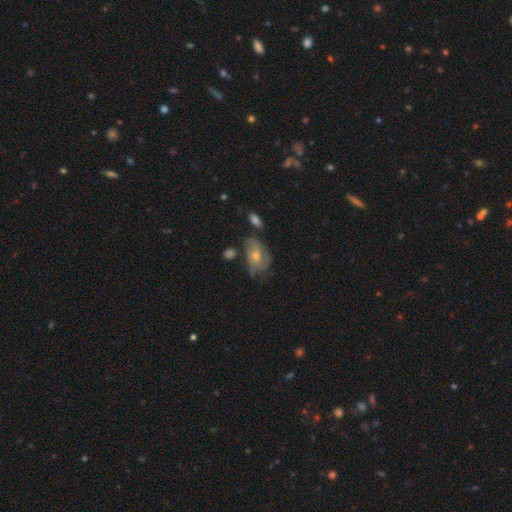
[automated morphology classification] smooth-or-featured: featured or disk: 49% | smooth: 43% | star or artifact: 8%
  merging: none: 47% | minor disturbance: 31% | major disturbance: 16% | merger: 6%